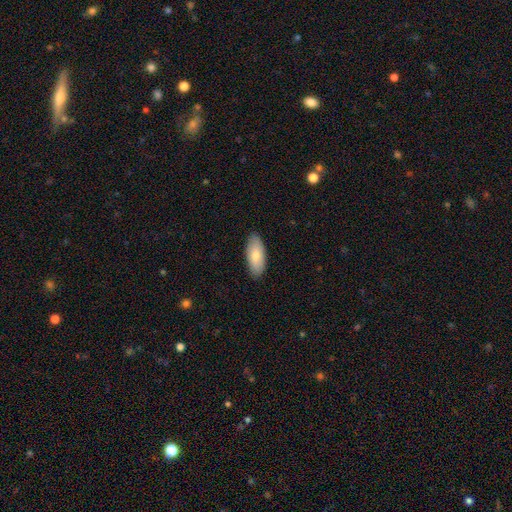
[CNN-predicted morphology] Smooth or featured? Predicted: smooth (p=0.78). How rounded? Predicted: in between (p=0.84). Merging? Predicted: none (p=0.88).